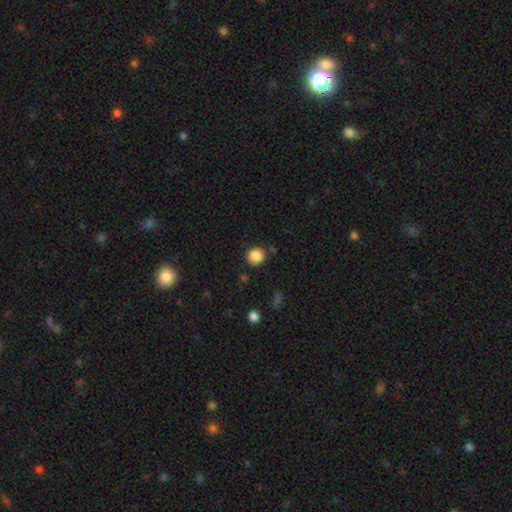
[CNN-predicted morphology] Q: Smooth or featured?
A: smooth (86%); runner-up: star or artifact (10%)
Q: How rounded?
A: round (89%); runner-up: in between (10%)
Q: Merging?
A: none (86%); runner-up: minor disturbance (8%)